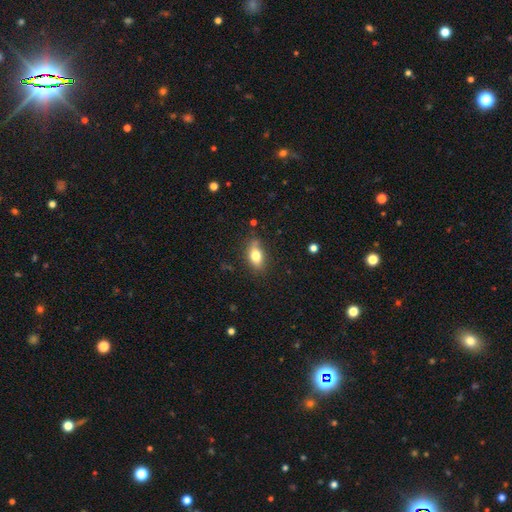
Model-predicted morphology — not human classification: type=smooth (78%); roundness=in between (83%); merging=none (77%).